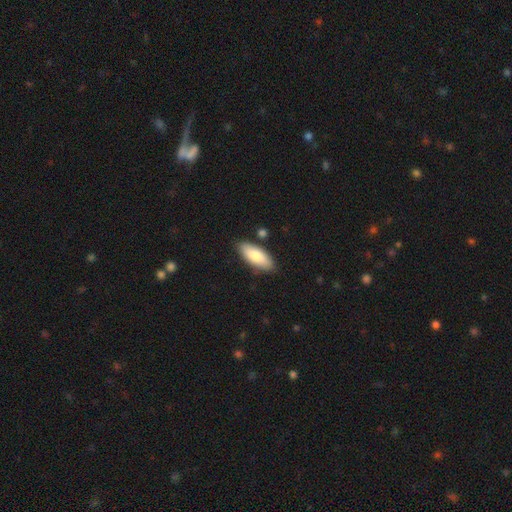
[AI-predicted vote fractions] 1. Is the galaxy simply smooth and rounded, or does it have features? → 79% smooth, 16% featured or disk, 6% star or artifact.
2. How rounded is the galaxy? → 79% in between, 19% cigar-shaped, 2% round.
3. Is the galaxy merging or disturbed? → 83% none, 11% minor disturbance, 4% merger, 2% major disturbance.